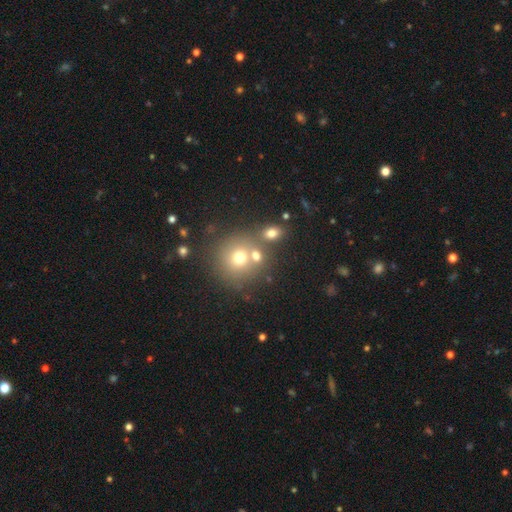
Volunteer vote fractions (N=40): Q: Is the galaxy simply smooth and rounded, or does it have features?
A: smooth — 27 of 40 (68%).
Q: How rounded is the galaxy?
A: in between — 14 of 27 (52%).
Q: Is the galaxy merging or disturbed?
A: merger — 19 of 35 (54%).